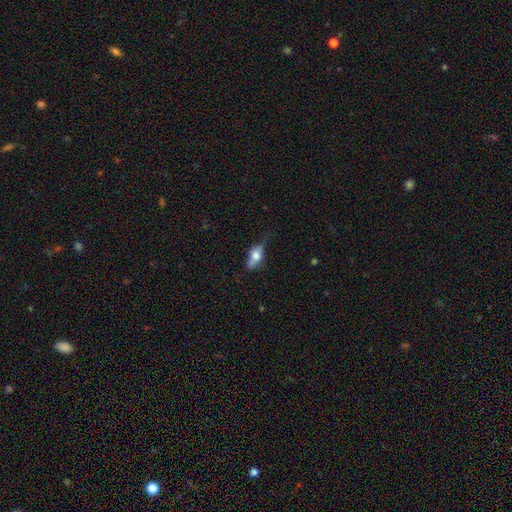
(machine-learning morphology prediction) Overall: smooth (62%; featured or disk 31%). How rounded: in between (77%). Merging: none (54%; minor disturbance 32%).